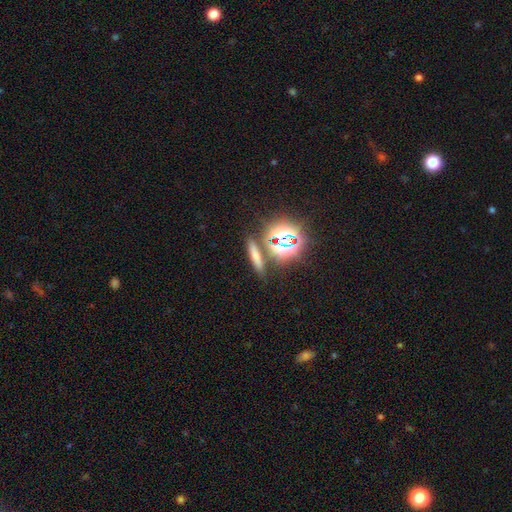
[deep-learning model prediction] Overall: smooth (57%; star or artifact 29%). How rounded: cigar-shaped (70%). Merging: none (81%).